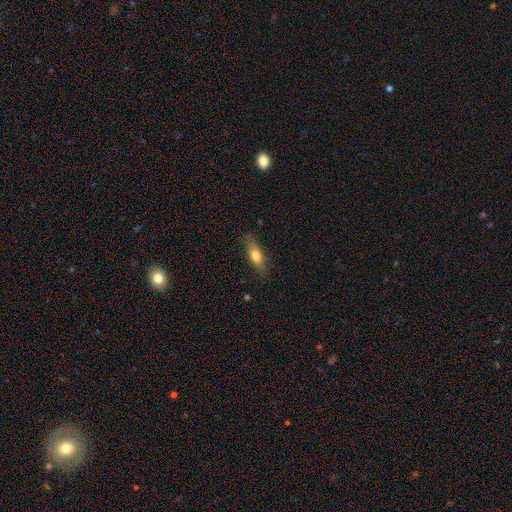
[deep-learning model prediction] smooth_or_featured: smooth (p=0.69) [alt: featured or disk p=0.24]
how_rounded: in between (p=0.54) [alt: cigar-shaped p=0.43]
merging: none (p=0.82) [alt: minor disturbance p=0.14]